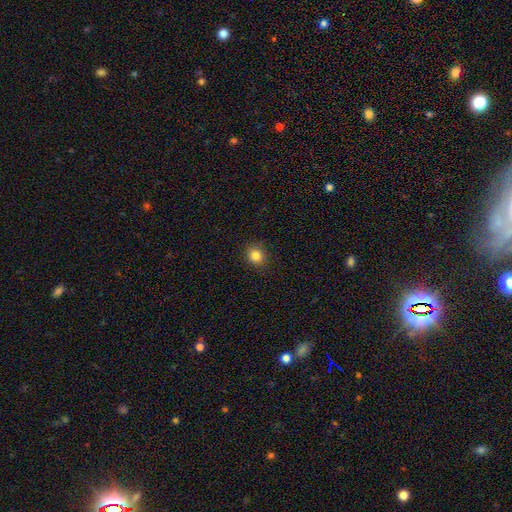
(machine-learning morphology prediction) smooth-or-featured: smooth: 84% | star or artifact: 11% | featured or disk: 5%
  how-rounded: round: 84% | in between: 15% | cigar-shaped: 1%
  merging: none: 90% | minor disturbance: 7% | major disturbance: 2% | merger: 1%